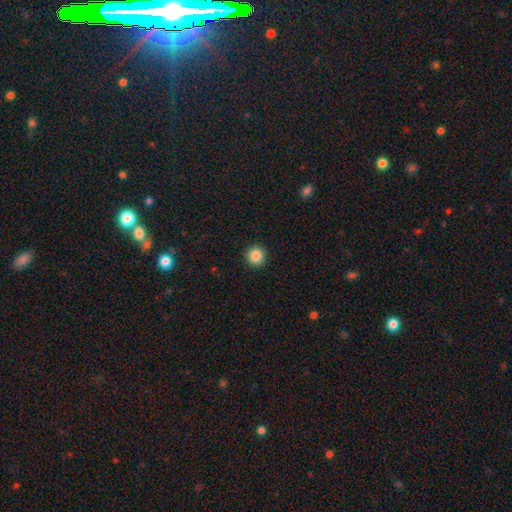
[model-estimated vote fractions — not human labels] Smooth or featured: smooth — 86% (star or artifact — 10%)
How rounded: round — 94% (in between — 5%)
Merging: none — 93% (minor disturbance — 5%)